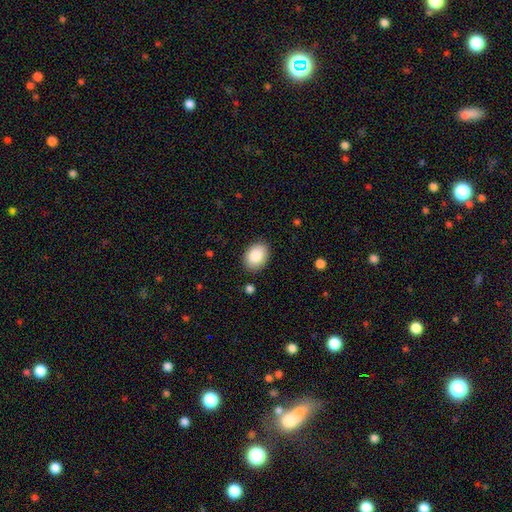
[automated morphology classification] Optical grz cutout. It shows a smooth galaxy with no disk features (86%) that is in between round and cigar-shaped (70%). Merging: none (87%).